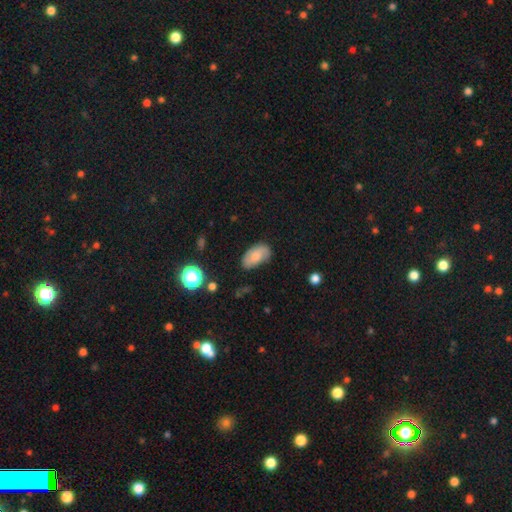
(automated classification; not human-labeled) Smooth or featured? Predicted: smooth (p=0.64). How rounded? Predicted: in between (p=0.92). Merging? Predicted: none (p=0.66).